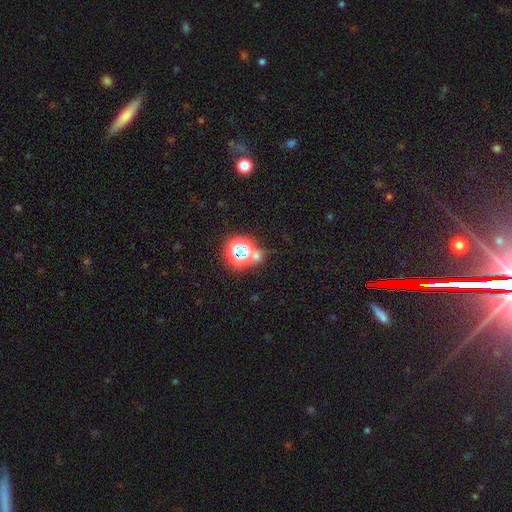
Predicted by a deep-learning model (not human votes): Smooth or featured: star or artifact — 55% (smooth — 35%)